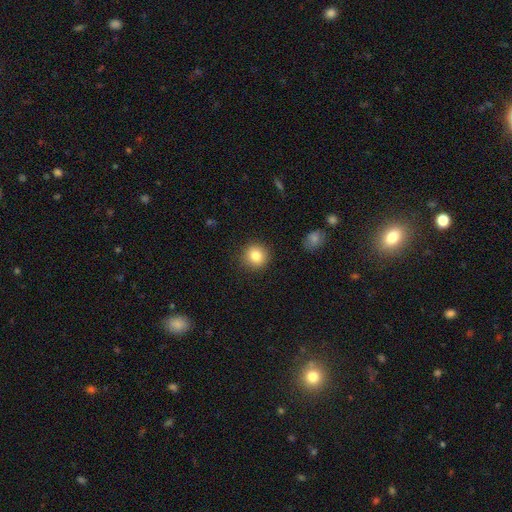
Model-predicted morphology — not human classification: type=smooth (83%); roundness=round (92%); merging=none (90%).